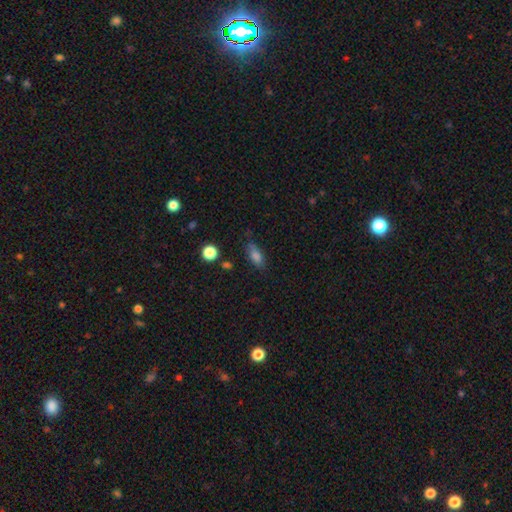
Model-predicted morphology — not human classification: Q: Smooth or featured?
A: smooth (77%); runner-up: featured or disk (12%)
Q: How rounded?
A: in between (74%); runner-up: cigar-shaped (20%)
Q: Merging?
A: none (66%); runner-up: minor disturbance (25%)